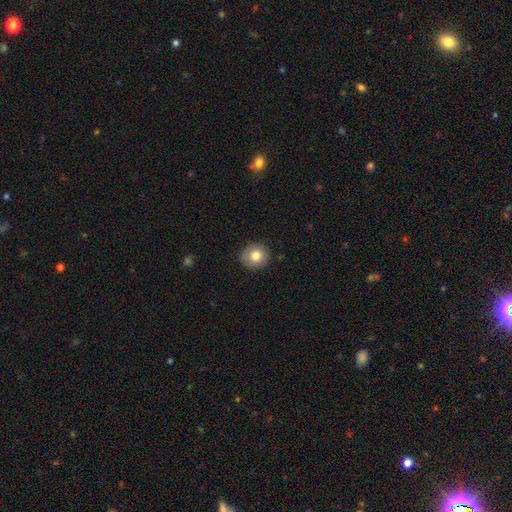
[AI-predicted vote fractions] Overall: smooth (81%). How rounded: round (87%). Merging: none (87%).